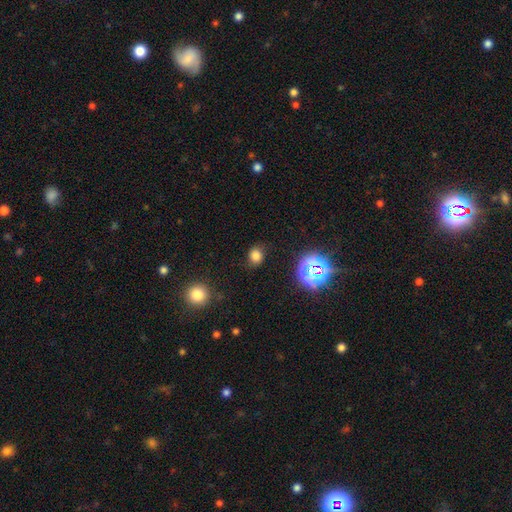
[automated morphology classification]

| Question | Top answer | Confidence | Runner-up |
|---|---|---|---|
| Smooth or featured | smooth | 73% | star or artifact (20%) |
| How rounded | round | 66% | in between (33%) |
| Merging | none | 78% | minor disturbance (16%) |